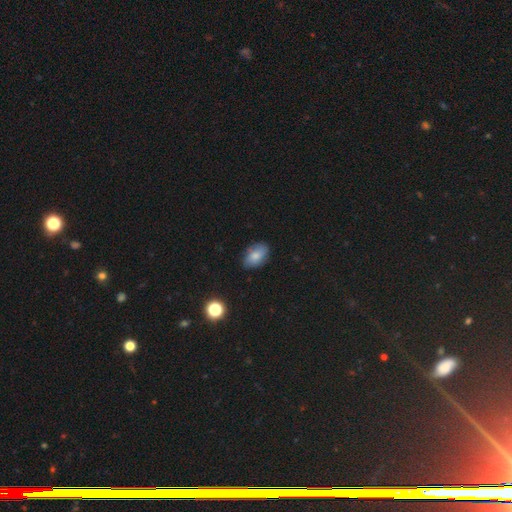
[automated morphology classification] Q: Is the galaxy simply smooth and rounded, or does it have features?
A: smooth — 77%.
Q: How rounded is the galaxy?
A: in between — 89%.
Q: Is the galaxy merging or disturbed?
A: none — 77%.